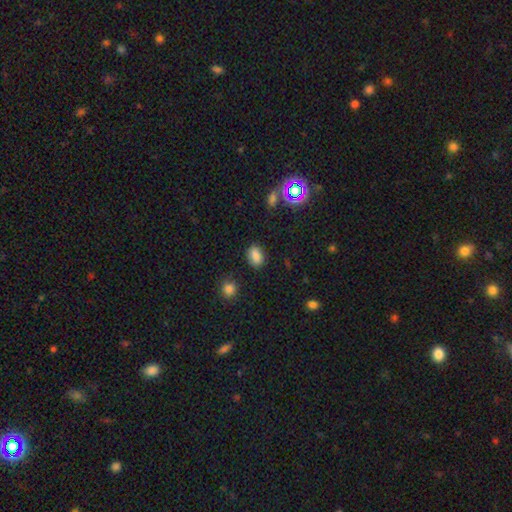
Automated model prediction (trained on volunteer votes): This is clearly a smooth galaxy (80%). How rounded: clearly in between (81%). Merging: clearly none (83%).